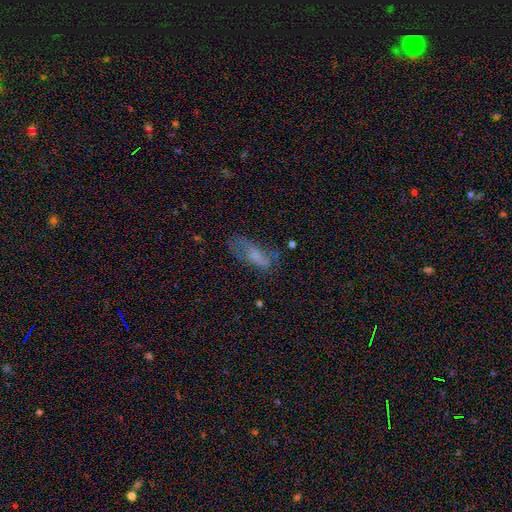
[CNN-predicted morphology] A smooth galaxy with no disk features (47%).

Vote fractions:
- Smooth or featured? smooth: 47% / featured or disk: 41% / star or artifact: 12%
- Merging? none: 44% / minor disturbance: 26% / major disturbance: 25% / merger: 4%